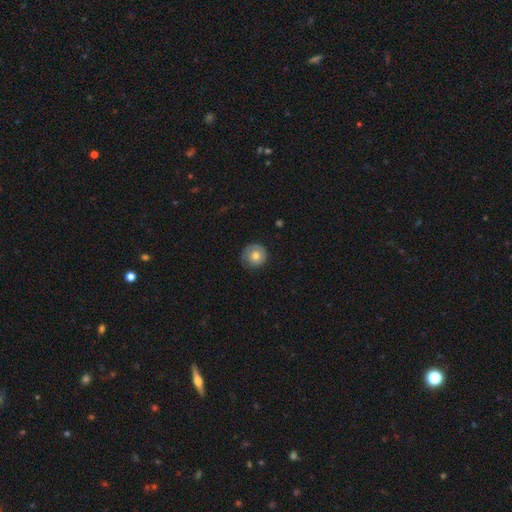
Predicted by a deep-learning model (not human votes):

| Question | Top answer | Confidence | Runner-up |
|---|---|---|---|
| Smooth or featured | smooth | 70% | featured or disk (22%) |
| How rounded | round | 92% | in between (7%) |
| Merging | none | 75% | minor disturbance (19%) |